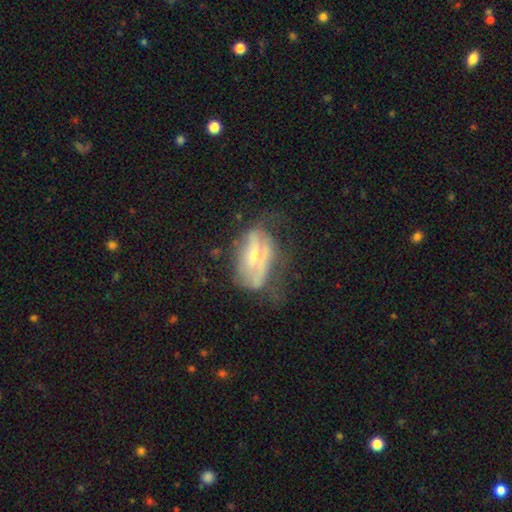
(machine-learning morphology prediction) Smooth or featured: featured or disk — 61% (smooth — 30%)
Edge-on disk: no — 76% (yes — 24%)
Merging: none — 34% (tied with major disturbance — 34%)